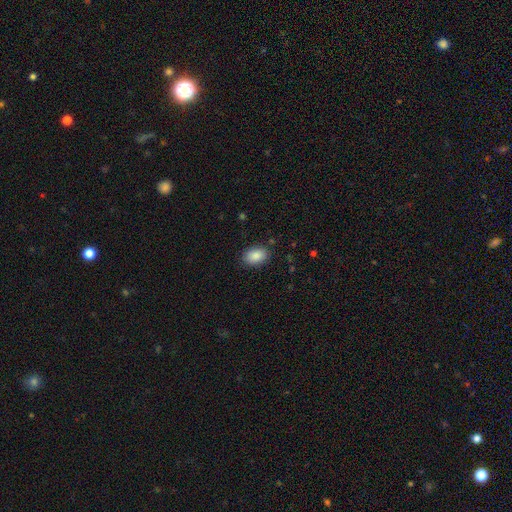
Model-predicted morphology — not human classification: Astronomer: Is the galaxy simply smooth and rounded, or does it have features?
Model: smooth — 88%.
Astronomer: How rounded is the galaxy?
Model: in between — 88%.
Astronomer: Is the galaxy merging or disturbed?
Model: none — 87%.